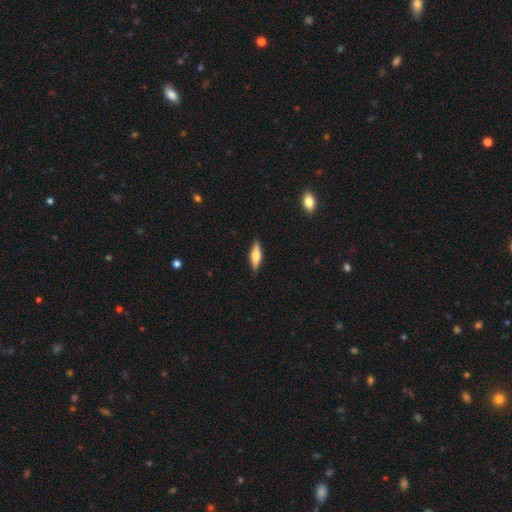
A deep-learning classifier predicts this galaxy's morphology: This is possibly a smooth galaxy (51%). How rounded: likely cigar-shaped (63%). Merging: clearly none (89%).